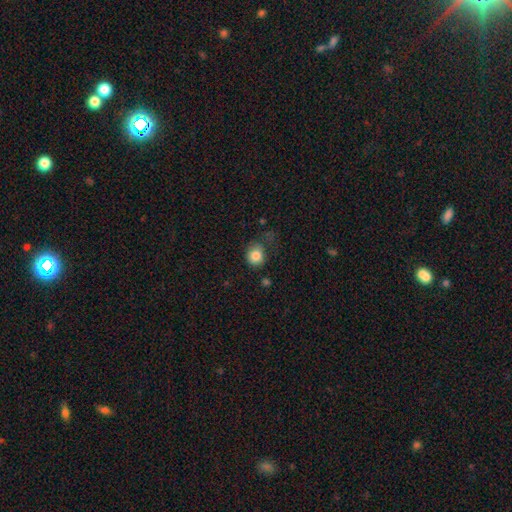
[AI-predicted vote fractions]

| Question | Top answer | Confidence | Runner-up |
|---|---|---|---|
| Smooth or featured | smooth | 84% | star or artifact (10%) |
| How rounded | round | 77% | in between (22%) |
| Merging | none | 58% | minor disturbance (26%) |